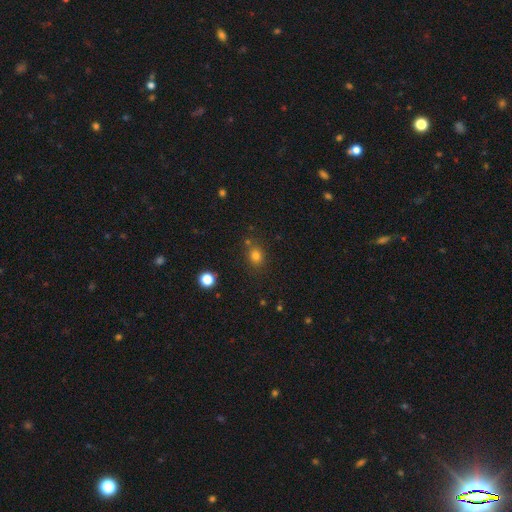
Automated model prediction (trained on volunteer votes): The model was most divided on "how rounded": round: 60%, in between: 39%, cigar-shaped: 1%. More confident: smooth or featured — smooth (78%); merging — none (74%).